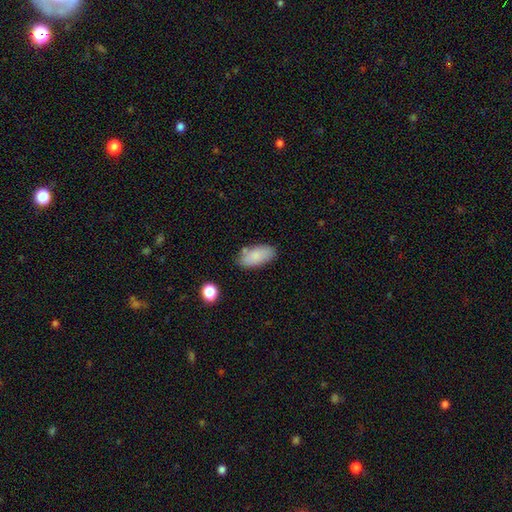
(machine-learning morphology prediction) Smooth or featured: smooth — 84% (featured or disk — 9%)
How rounded: in between — 92% (cigar-shaped — 5%)
Merging: none — 74% (minor disturbance — 16%)